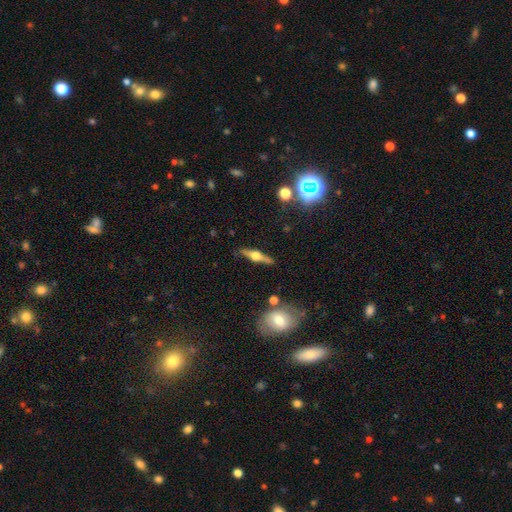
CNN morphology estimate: A featured or disk galaxy (74%) viewed edge-on (97%) with a rounded central bulge (94%).

Vote fractions:
- Smooth or featured? featured or disk: 74% / smooth: 20% / star or artifact: 6%
- Edge-on disk? yes: 97% / no: 3%
- Edge-on bulge? rounded: 94% / boxy: 4% / none: 2%
- Merging? none: 87% / minor disturbance: 8% / merger: 3% / major disturbance: 2%